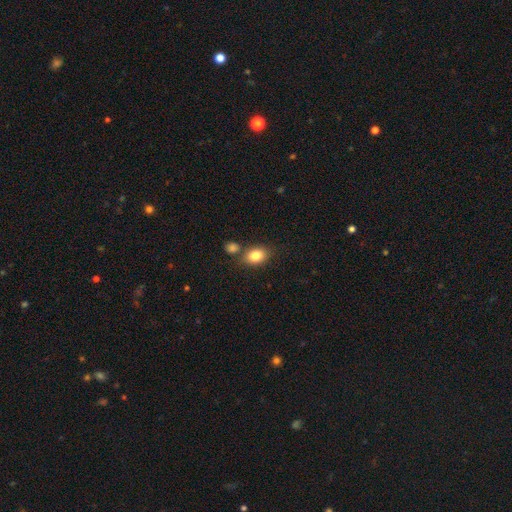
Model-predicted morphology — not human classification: A smooth galaxy with no disk features (83%) that is in between round and cigar-shaped (72%).

Vote fractions:
- Smooth or featured? smooth: 83% / star or artifact: 9% / featured or disk: 8%
- How rounded? in between: 72% / round: 27% / cigar-shaped: 1%
- Merging? none: 67% / merger: 16% / minor disturbance: 13% / major disturbance: 4%